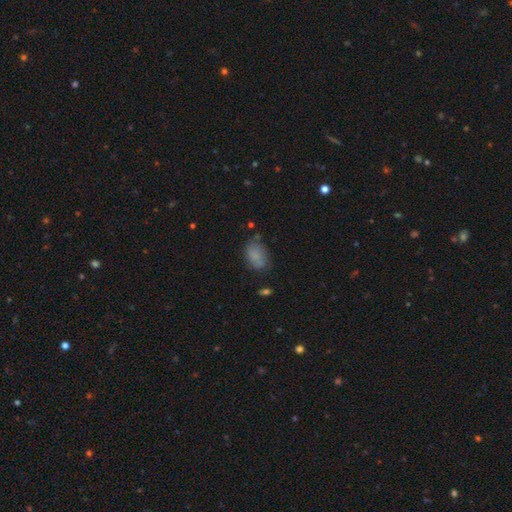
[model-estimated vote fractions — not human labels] Morphology: type=smooth (78%); roundness=in between (85%); merging=none (63%).